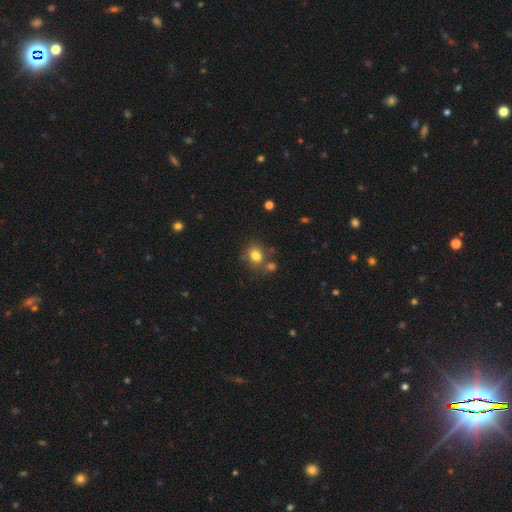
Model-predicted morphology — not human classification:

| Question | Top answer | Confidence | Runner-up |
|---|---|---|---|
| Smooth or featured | smooth | 80% | star or artifact (11%) |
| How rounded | round | 57% | in between (42%) |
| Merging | none | 62% | merger (17%) |